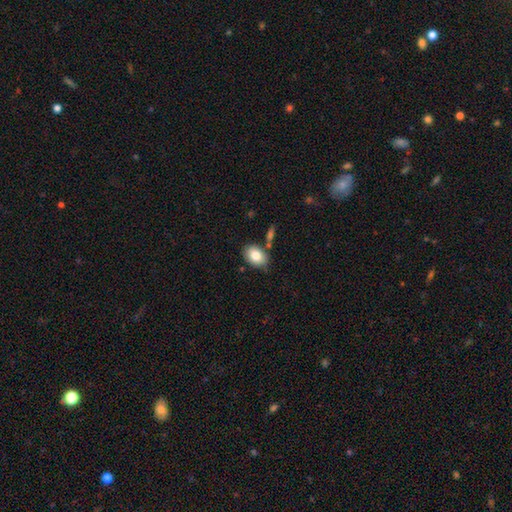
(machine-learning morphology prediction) Smooth or featured? Predicted: smooth (p=0.80). How rounded? Predicted: in between (p=0.83). Merging? Predicted: none (p=0.74).